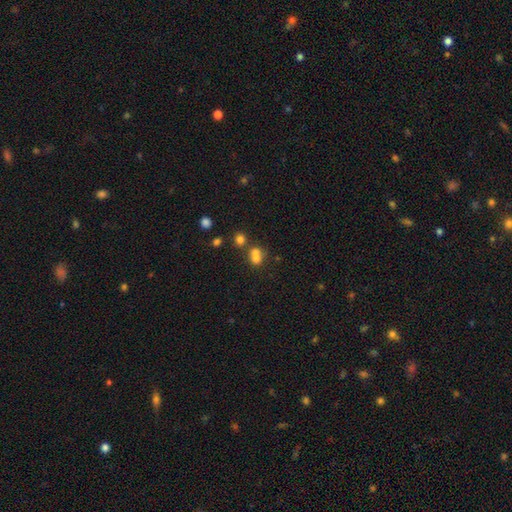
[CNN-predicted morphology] Smooth or featured: smooth — 69% (star or artifact — 16%)
How rounded: round — 63% (in between — 36%)
Merging: merger — 59% (none — 30%)